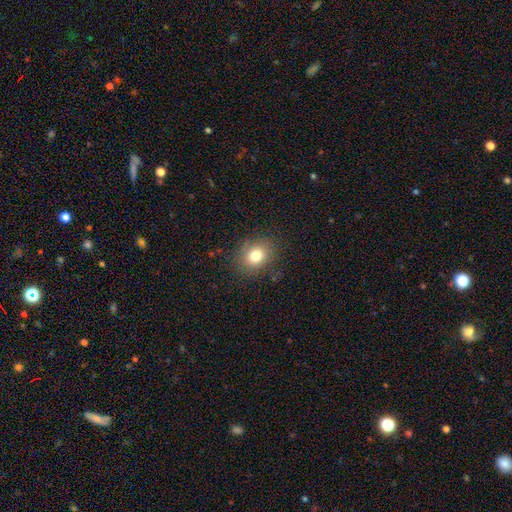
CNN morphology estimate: This is likely a smooth galaxy (79%). How rounded: possibly round (56%). Merging: clearly none (83%).